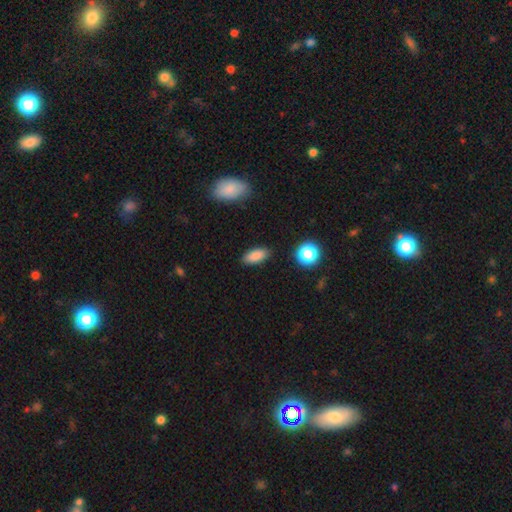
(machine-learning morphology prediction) smooth_or_featured: smooth (p=0.86) [alt: star or artifact p=0.08]
how_rounded: in between (p=0.86) [alt: cigar-shaped p=0.10]
merging: none (p=0.87) [alt: minor disturbance p=0.09]